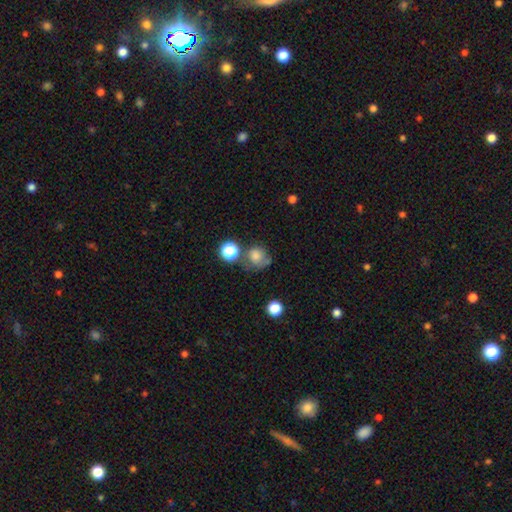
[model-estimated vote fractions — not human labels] Smooth or featured?
  - smooth: 73% *
  - star or artifact: 14%
  - featured or disk: 13%
How rounded?
  - round: 80% *
  - in between: 19%
  - cigar-shaped: 1%
Merging?
  - none: 47% *
  - minor disturbance: 21%
  - merger: 16%
  - major disturbance: 15%